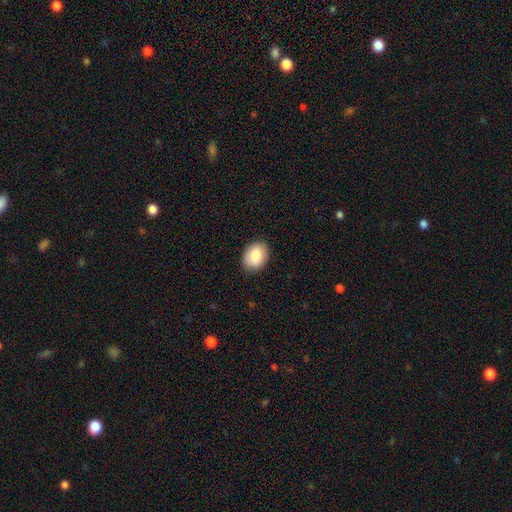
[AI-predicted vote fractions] smooth_or_featured: smooth (p=0.86) [alt: featured or disk p=0.07]
how_rounded: in between (p=0.72) [alt: round p=0.27]
merging: none (p=0.88) [alt: minor disturbance p=0.09]